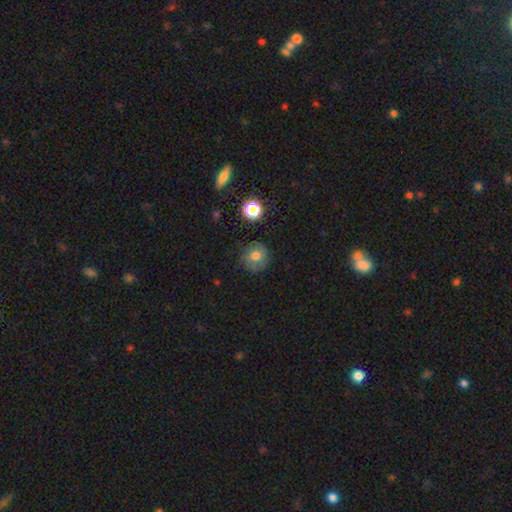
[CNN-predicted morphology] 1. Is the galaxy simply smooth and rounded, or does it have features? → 62% smooth, 23% featured or disk, 14% star or artifact.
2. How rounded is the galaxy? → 88% round, 11% in between, 1% cigar-shaped.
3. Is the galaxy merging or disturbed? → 77% none, 16% minor disturbance, 6% major disturbance, 2% merger.